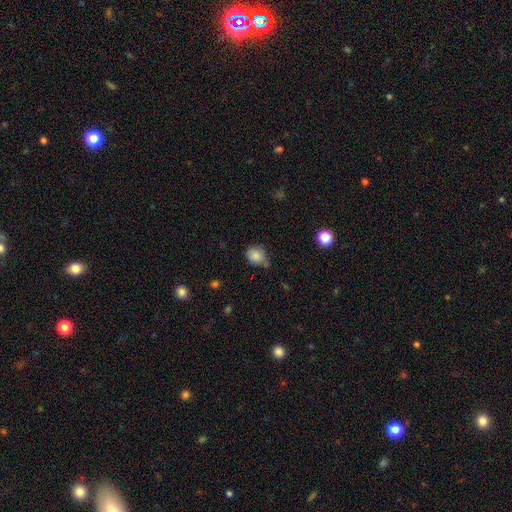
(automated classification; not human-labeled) A smooth galaxy with no disk features (83%) that is round (67%). Merging: none (55%).